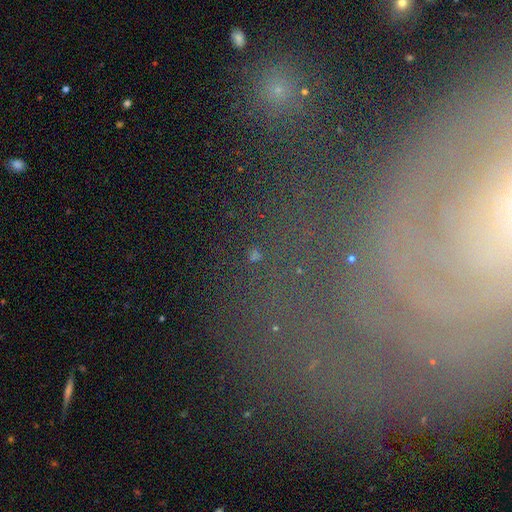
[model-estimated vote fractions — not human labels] This appears to be a star or artifact, not a galaxy (62%).